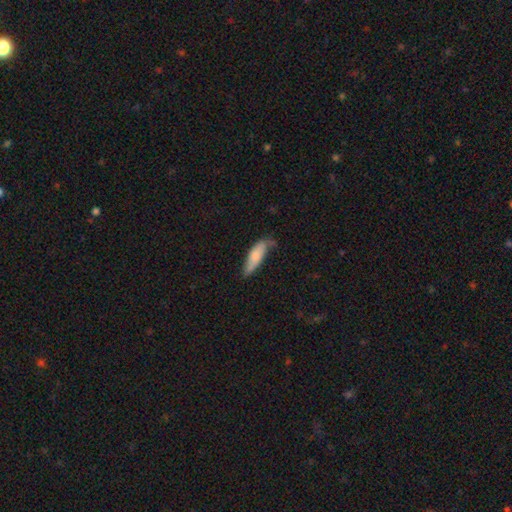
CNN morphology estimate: A smooth galaxy with no disk features (74%) that is cigar-shaped (51%). Merging: none (53%).